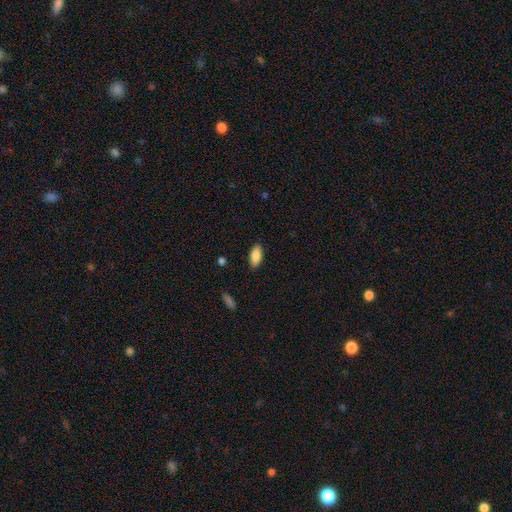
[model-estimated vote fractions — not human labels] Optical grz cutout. It shows a smooth galaxy with no disk features (87%) that is in between round and cigar-shaped (88%). Merging: none (88%).